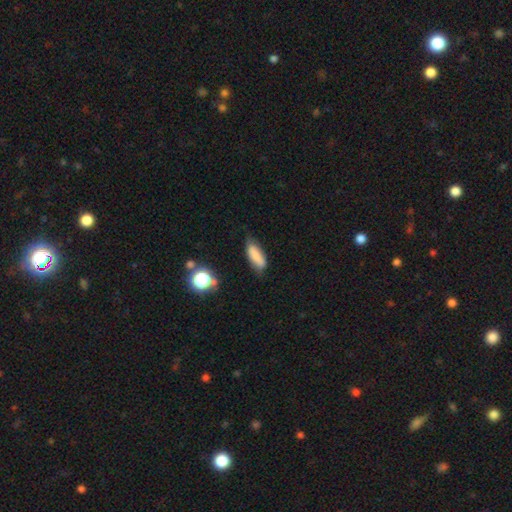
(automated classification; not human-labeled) This appears to be a smooth galaxy with no disk features (80%) that is in between round and cigar-shaped (61%). Merging: none (62%).